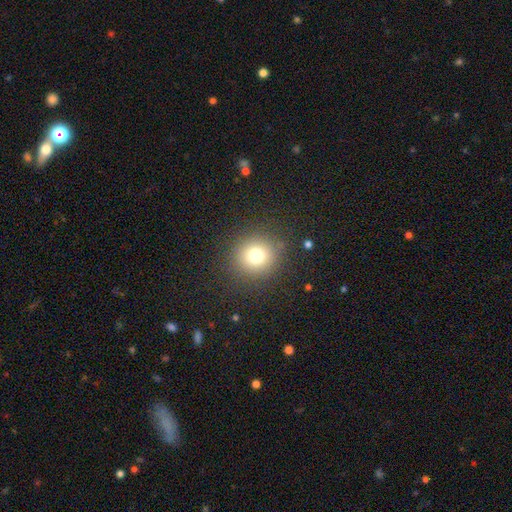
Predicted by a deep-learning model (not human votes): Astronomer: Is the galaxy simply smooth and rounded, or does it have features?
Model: smooth — 75%.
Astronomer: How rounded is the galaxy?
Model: round — 92%.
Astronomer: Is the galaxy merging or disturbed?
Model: none — 88%.